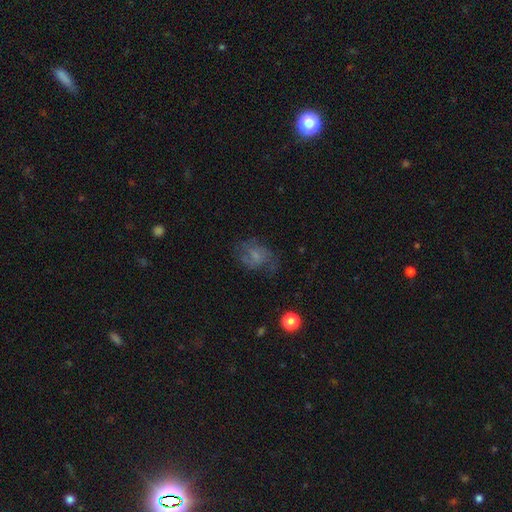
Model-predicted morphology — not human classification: Smooth or featured: smooth — 44% (featured or disk — 41%)
Merging: none — 53% (minor disturbance — 23%)